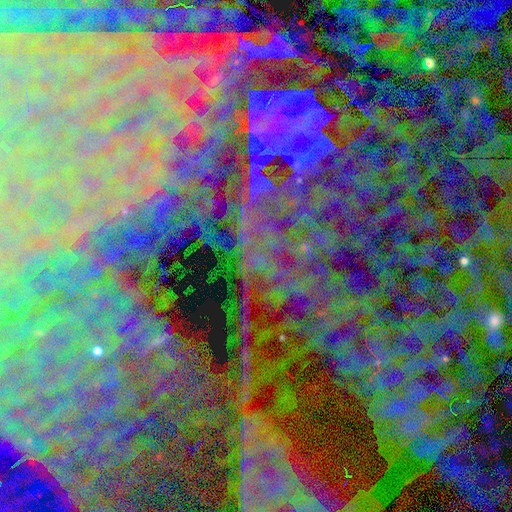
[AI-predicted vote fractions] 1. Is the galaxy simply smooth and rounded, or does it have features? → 86% star or artifact, 7% featured or disk, 6% smooth.